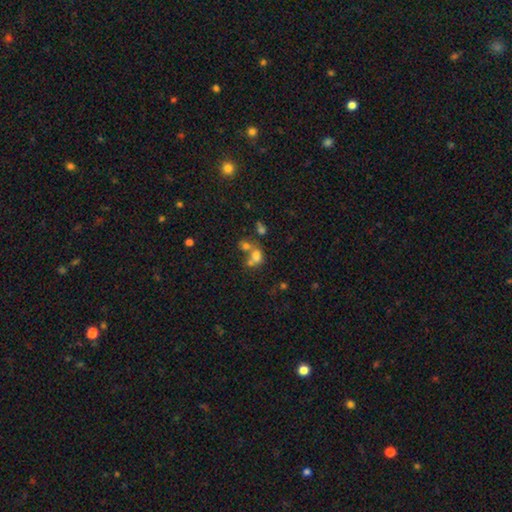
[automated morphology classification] smooth 63%, featured or disk 19%, star or artifact 18%. Down the decision tree: how rounded — in between (58%); merging — merger (55%).